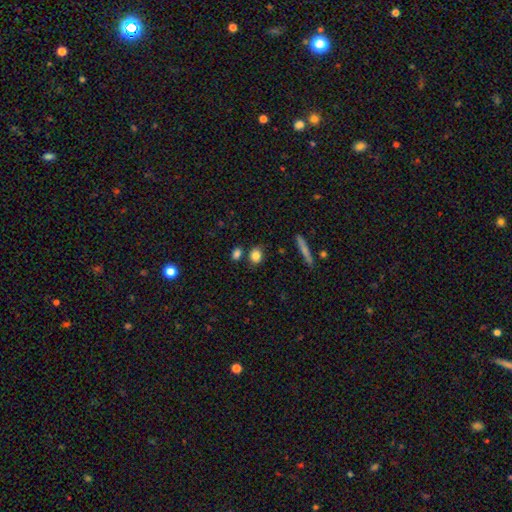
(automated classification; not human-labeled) Q: Smooth or featured?
A: smooth (84%); runner-up: star or artifact (9%)
Q: How rounded?
A: round (49%); runner-up: in between (48%)
Q: Merging?
A: none (71%); runner-up: merger (13%)